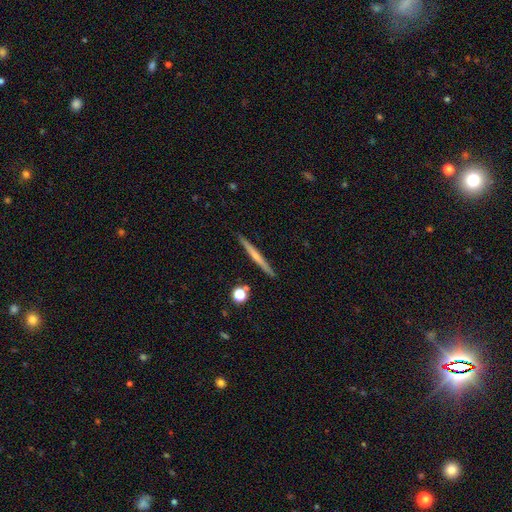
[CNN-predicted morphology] A featured or disk galaxy (52%) viewed edge-on (97%) with no central bulge (60%). Merging: none (91%).